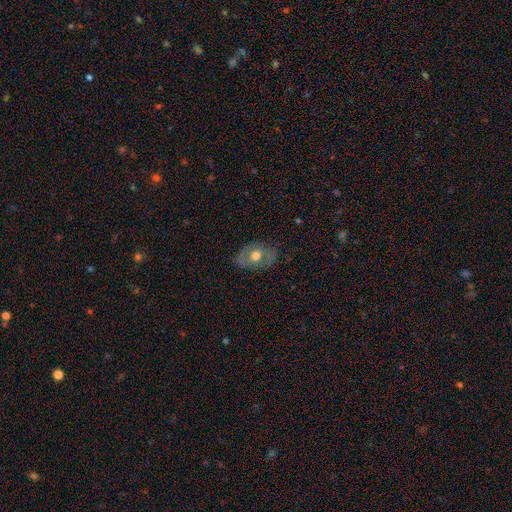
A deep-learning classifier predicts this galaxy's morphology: This appears to be a featured or disk galaxy (48%). Merging: none (78%).